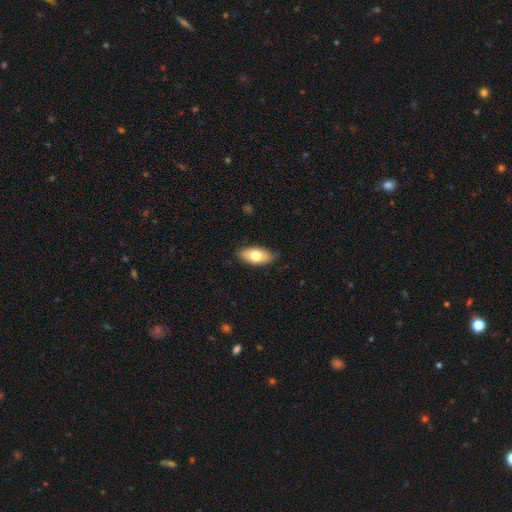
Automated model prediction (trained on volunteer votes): Smooth or featured?
  - smooth: 75% *
  - featured or disk: 19%
  - star or artifact: 6%
How rounded?
  - in between: 90% *
  - cigar-shaped: 6%
  - round: 3%
Merging?
  - none: 85% *
  - minor disturbance: 12%
  - major disturbance: 2%
  - merger: 1%